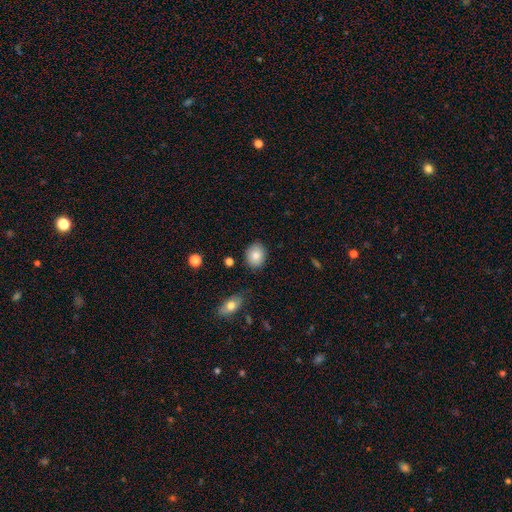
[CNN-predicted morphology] A smooth galaxy with no disk features (83%) that is round (53%).

Vote fractions:
- Smooth or featured? smooth: 83% / featured or disk: 9% / star or artifact: 8%
- How rounded? round: 53% / in between: 46% / cigar-shaped: 1%
- Merging? none: 83% / minor disturbance: 12% / major disturbance: 3% / merger: 2%